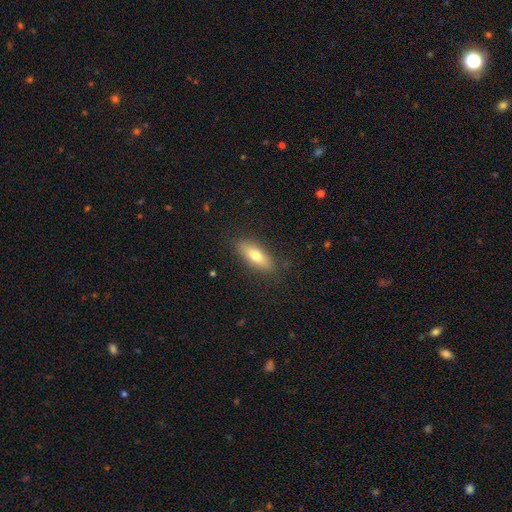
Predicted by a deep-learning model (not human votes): smooth-or-featured: smooth: 68% | featured or disk: 25% | star or artifact: 7%
  how-rounded: in between: 65% | cigar-shaped: 32% | round: 3%
  merging: none: 86% | minor disturbance: 10% | major disturbance: 3% | merger: 1%